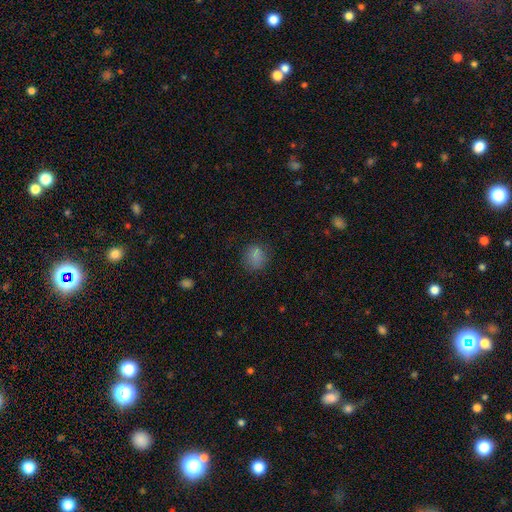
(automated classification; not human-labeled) This is clearly a smooth galaxy (81%). How rounded: likely round (74%). Merging: likely none (77%).